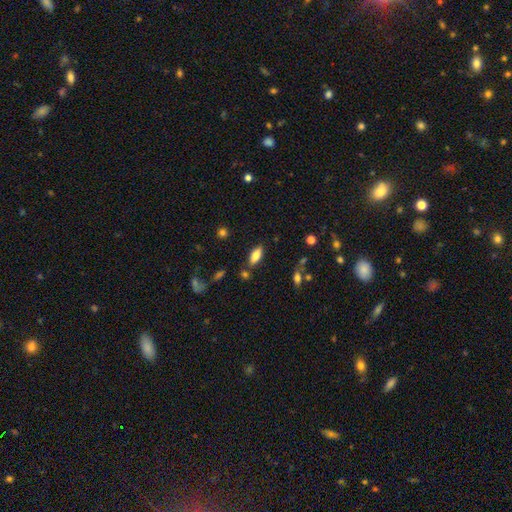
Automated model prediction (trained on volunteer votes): Smooth or featured? smooth (80%)
How rounded? in between (81%)
Merging? none (79%)